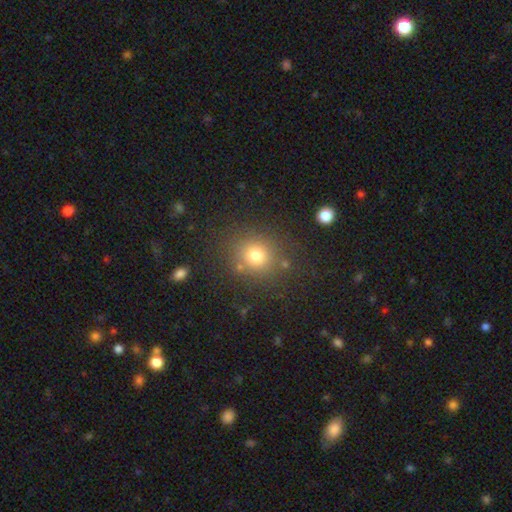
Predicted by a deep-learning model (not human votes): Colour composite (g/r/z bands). It shows a smooth galaxy with no disk features (76%) that is round (84%). Merging: none (81%).